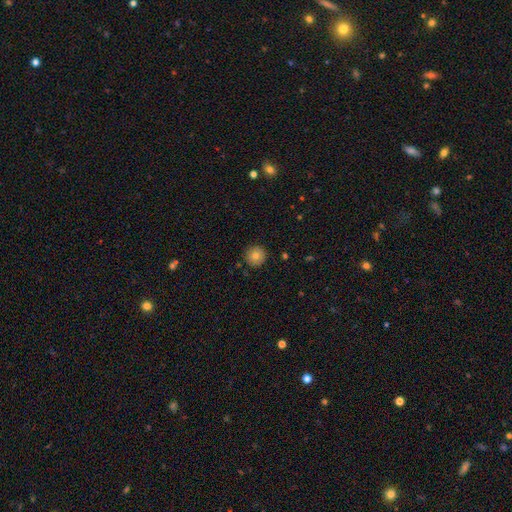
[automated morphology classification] smooth_or_featured: smooth (p=0.77) [alt: featured or disk p=0.12]
how_rounded: round (p=0.96) [alt: in between p=0.03]
merging: none (p=0.90) [alt: minor disturbance p=0.07]